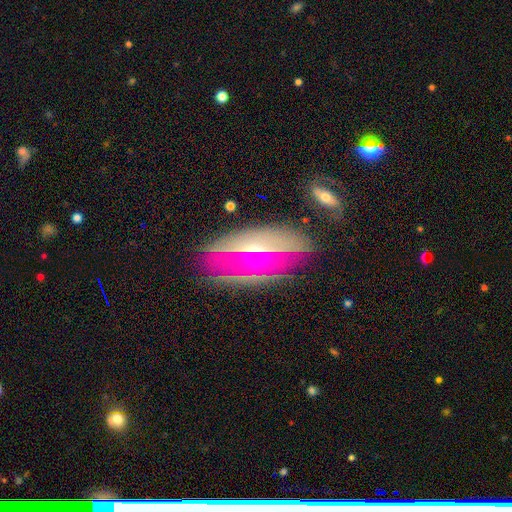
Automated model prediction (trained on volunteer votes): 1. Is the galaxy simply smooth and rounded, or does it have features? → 66% featured or disk, 20% smooth, 14% star or artifact.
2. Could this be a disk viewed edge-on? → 57% no, 43% yes.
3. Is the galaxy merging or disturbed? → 73% none, 17% minor disturbance, 7% major disturbance, 3% merger.